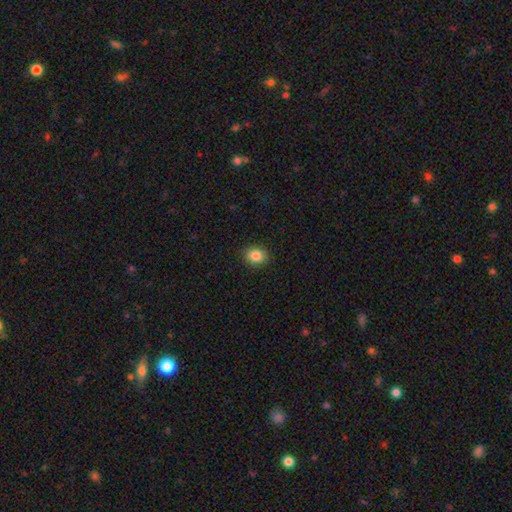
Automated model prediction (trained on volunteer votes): This appears to be a smooth galaxy with no disk features (86%) that is round (57%). Merging: none (90%).